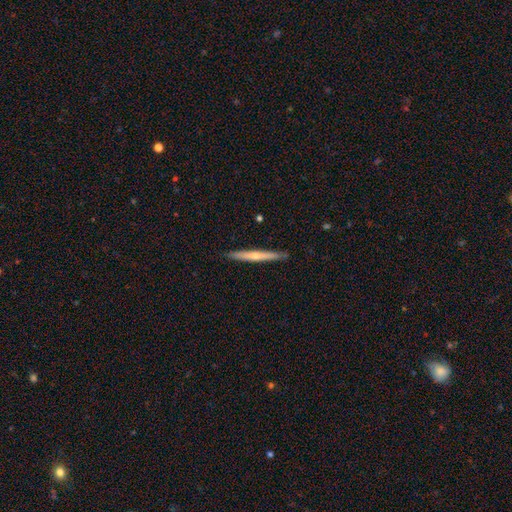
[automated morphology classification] The model was most divided on "smooth or featured": featured or disk: 49%, smooth: 45%, star or artifact: 6%. More confident: merging — none (89%).